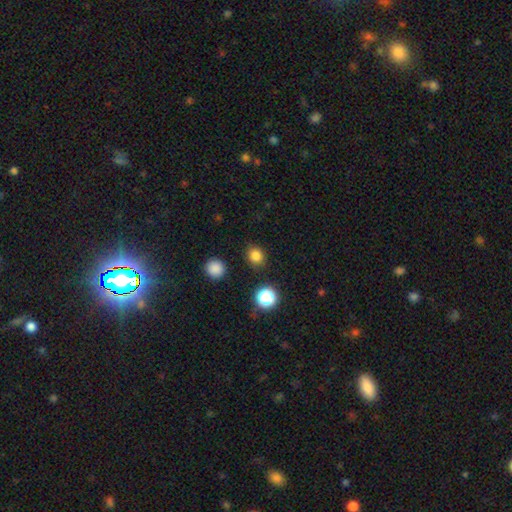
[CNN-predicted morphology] This is clearly a smooth galaxy (80%). How rounded: likely round (80%). Merging: clearly none (87%).